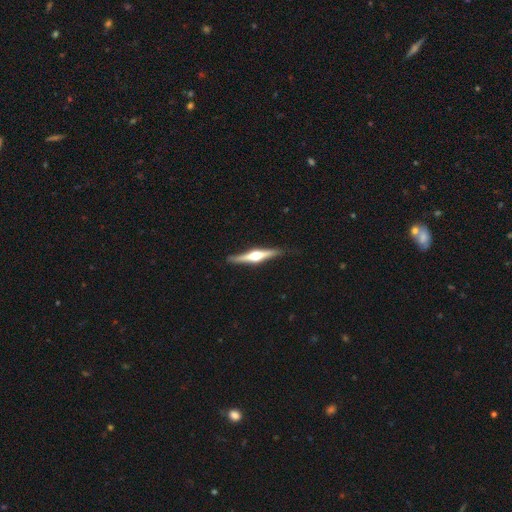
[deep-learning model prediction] Smooth or featured? featured or disk (76%)
Edge-on disk? yes (98%)
Edge-on bulge? rounded (94%)
Merging? none (88%)